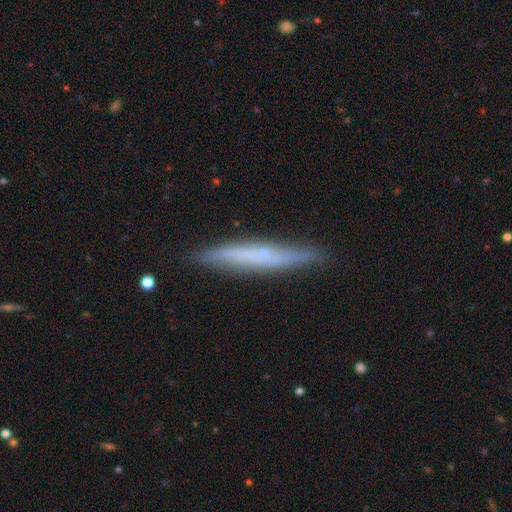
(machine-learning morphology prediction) Smooth or featured: featured or disk — 49% (smooth — 45%)
Merging: none — 87% (minor disturbance — 10%)